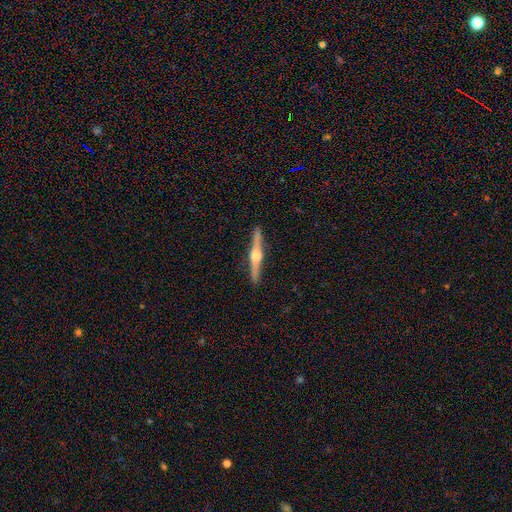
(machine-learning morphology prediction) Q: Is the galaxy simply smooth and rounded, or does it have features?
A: featured or disk — 78%.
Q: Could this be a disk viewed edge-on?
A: yes — 98%.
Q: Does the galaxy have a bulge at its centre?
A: rounded — 95%.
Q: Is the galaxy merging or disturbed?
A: none — 92%.